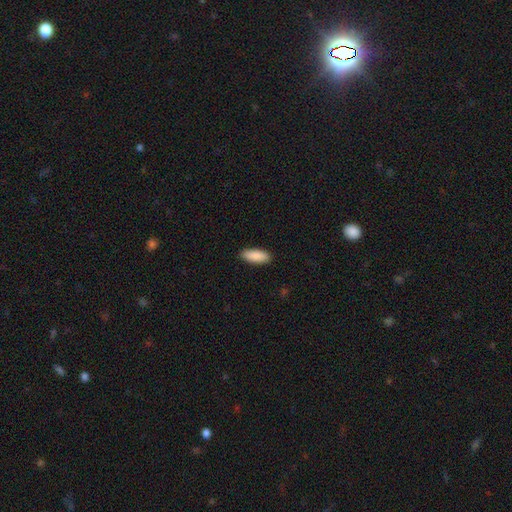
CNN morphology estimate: This appears to be a smooth galaxy with no disk features (90%) that is in between round and cigar-shaped (72%). Merging: none (90%).